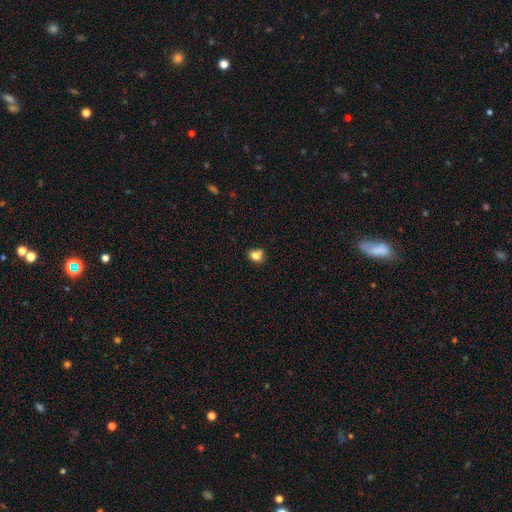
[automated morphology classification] This is likely a smooth galaxy (78%). How rounded: possibly round (58%). Merging: possibly none (49%).